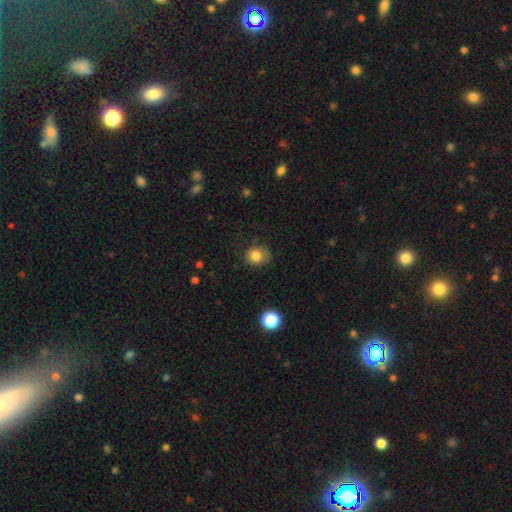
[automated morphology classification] The model was most divided on "merging": none: 67%, minor disturbance: 25%, major disturbance: 7%, merger: 2%. More confident: smooth or featured — smooth (83%); how rounded — round (71%).